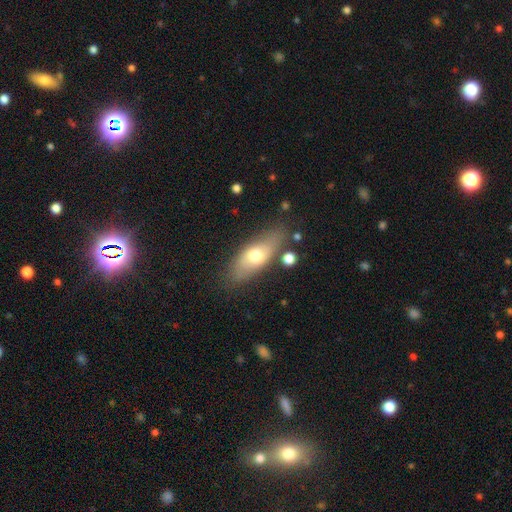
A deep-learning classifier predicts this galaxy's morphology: smooth 60%, featured or disk 33%, star or artifact 7%. Down the decision tree: how rounded — in between (75%); merging — none (75%).